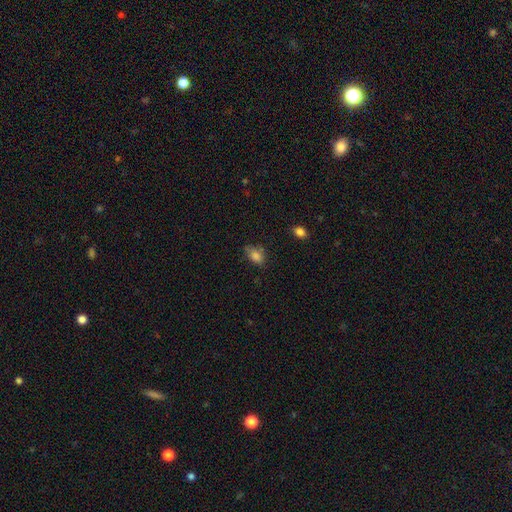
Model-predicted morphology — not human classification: smooth_or_featured: smooth (p=0.82) [alt: star or artifact p=0.11]
how_rounded: in between (p=0.85) [alt: round p=0.13]
merging: none (p=0.59) [alt: minor disturbance p=0.30]